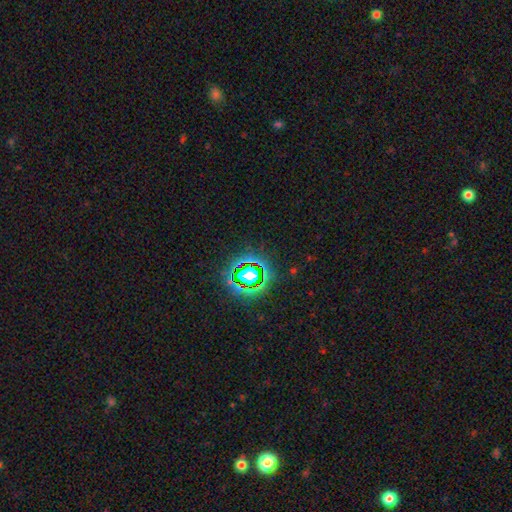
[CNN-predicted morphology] A star or artifact, not a galaxy (80%).

Vote fractions:
- Smooth or featured? star or artifact: 80% / smooth: 13% / featured or disk: 7%